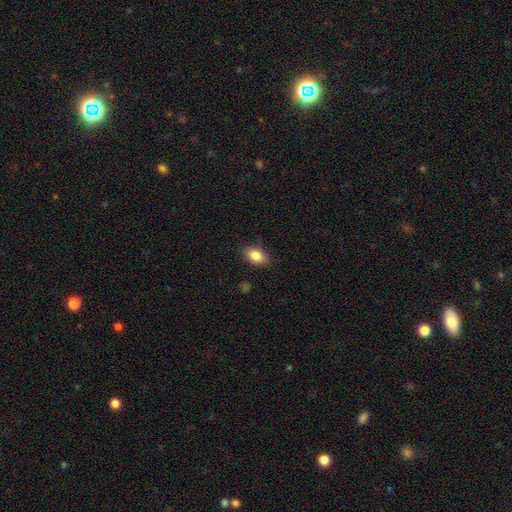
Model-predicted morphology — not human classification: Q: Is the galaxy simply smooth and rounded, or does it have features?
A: smooth — 85%.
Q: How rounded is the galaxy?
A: in between — 89%.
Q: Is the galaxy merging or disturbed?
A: none — 85%.